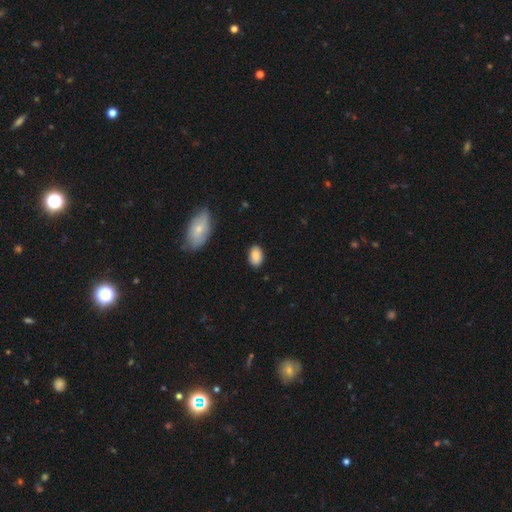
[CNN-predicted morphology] smooth-or-featured: smooth: 86% | star or artifact: 7% | featured or disk: 7%
  how-rounded: in between: 89% | round: 9% | cigar-shaped: 1%
  merging: none: 85% | minor disturbance: 11% | major disturbance: 2% | merger: 1%